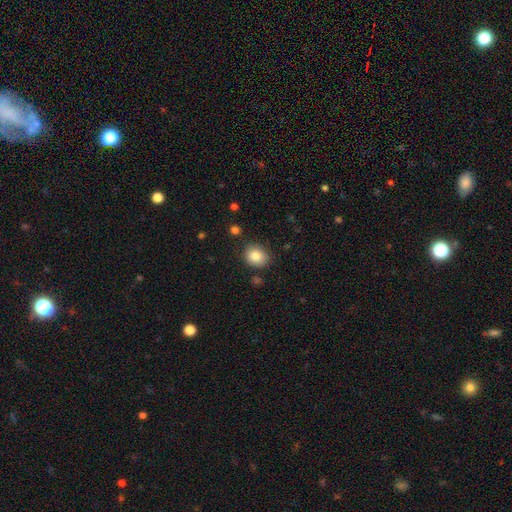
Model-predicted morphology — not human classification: Q: Smooth or featured?
A: smooth (83%); runner-up: star or artifact (9%)
Q: How rounded?
A: round (67%); runner-up: in between (32%)
Q: Merging?
A: none (84%); runner-up: minor disturbance (11%)